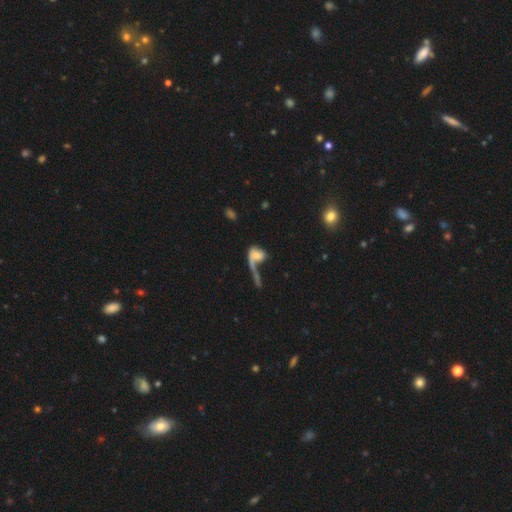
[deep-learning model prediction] Morphology: type=smooth (48%); merging=major disturbance (44%).